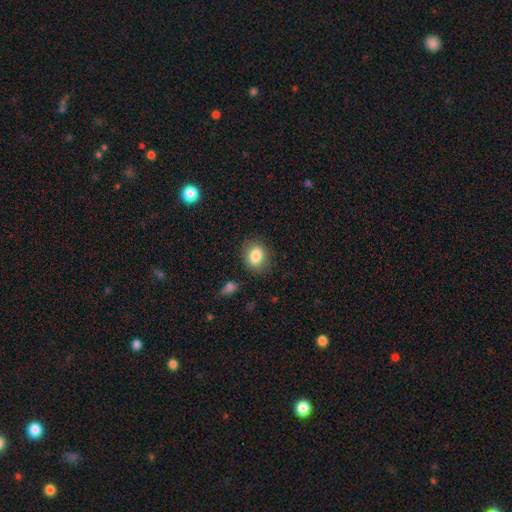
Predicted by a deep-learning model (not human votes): Smooth or featured? smooth (84%)
How rounded? round (59%)
Merging? none (83%)